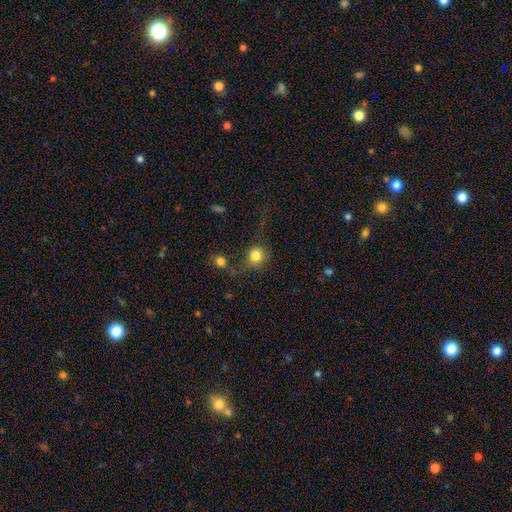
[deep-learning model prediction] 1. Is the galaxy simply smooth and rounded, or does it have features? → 79% smooth, 12% star or artifact, 9% featured or disk.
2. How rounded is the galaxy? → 85% round, 14% in between, 1% cigar-shaped.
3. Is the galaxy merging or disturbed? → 52% none, 16% minor disturbance, 16% major disturbance, 15% merger.